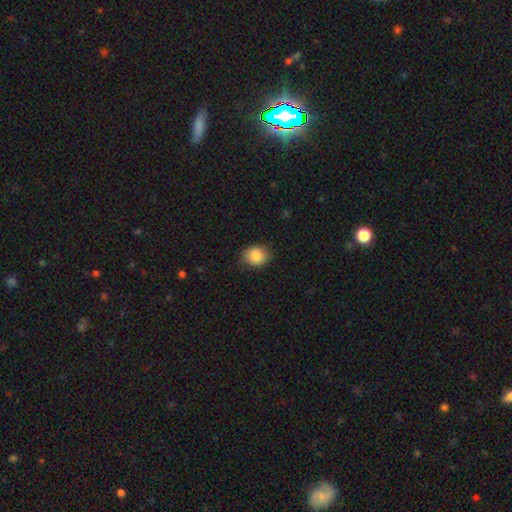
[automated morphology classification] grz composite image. It shows a smooth galaxy with no disk features (86%) that is round (53%). Merging: none (82%).